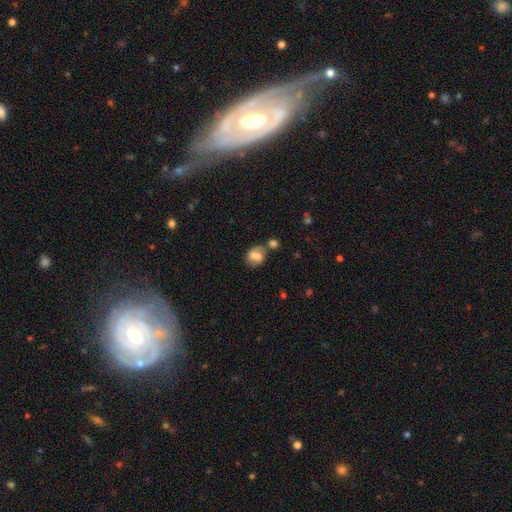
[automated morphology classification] Q: Smooth or featured?
A: smooth (68%); runner-up: featured or disk (22%)
Q: How rounded?
A: in between (51%); runner-up: round (47%)
Q: Merging?
A: none (48%); runner-up: merger (24%)